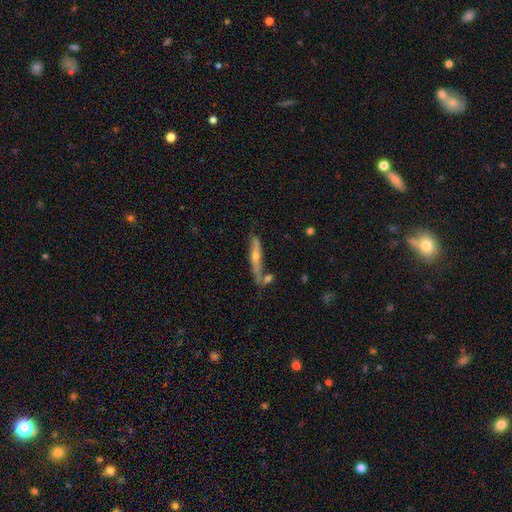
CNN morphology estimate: Overall: featured or disk (67%). Edge-on disk: yes (89%). Edge-on bulge: rounded (87%). Merging: none (65%).